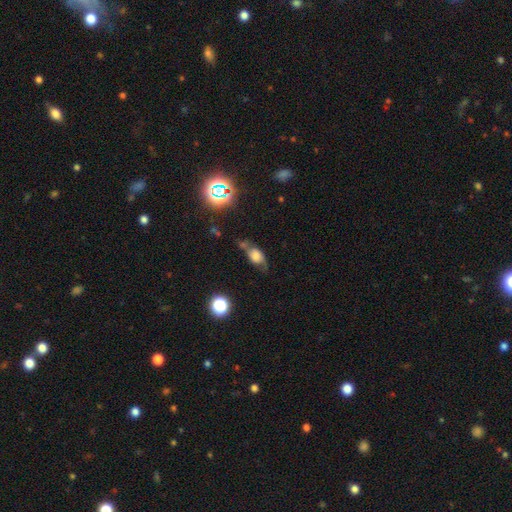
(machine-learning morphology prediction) smooth-or-featured: smooth: 57% | featured or disk: 28% | star or artifact: 15%
  how-rounded: in between: 74% | round: 18% | cigar-shaped: 7%
  merging: none: 45% | minor disturbance: 28% | major disturbance: 15% | merger: 12%